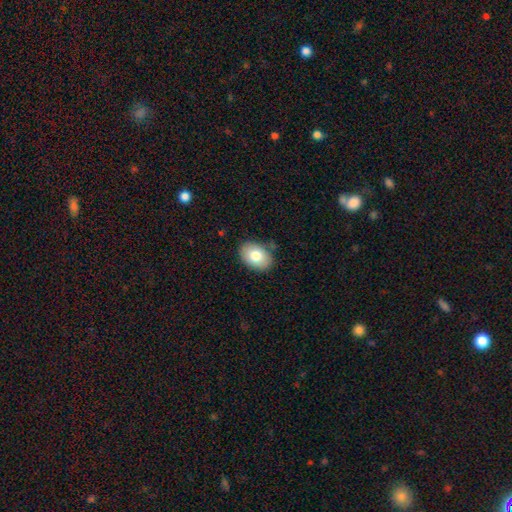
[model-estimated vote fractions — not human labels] A smooth galaxy with no disk features (79%) that is in between round and cigar-shaped (80%). Merging: none (82%).